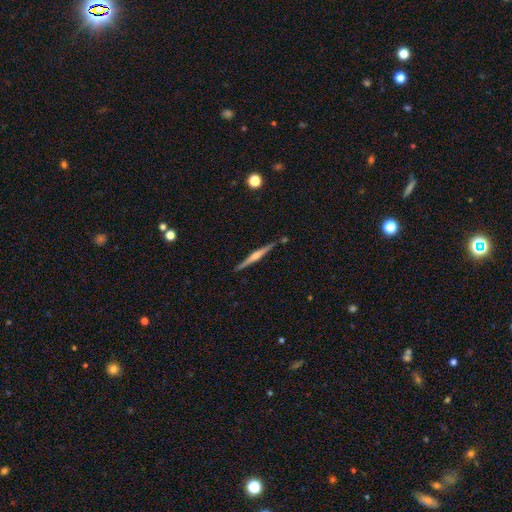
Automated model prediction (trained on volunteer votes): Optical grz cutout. It shows a featured or disk galaxy (77%) viewed edge-on (98%) with a rounded central bulge (79%). Merging: none (89%).